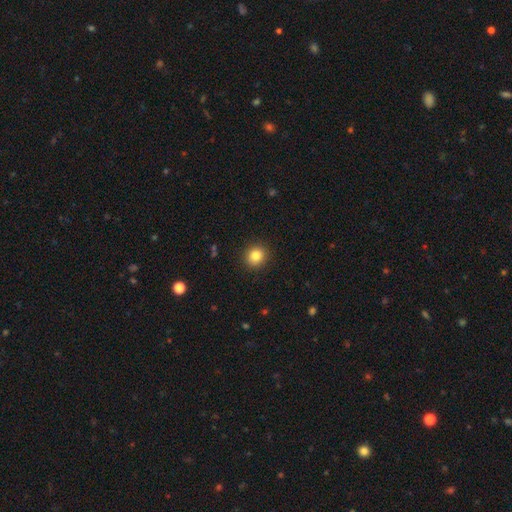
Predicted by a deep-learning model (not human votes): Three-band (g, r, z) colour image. It shows a smooth galaxy with no disk features (83%) that is round (86%). Merging: none (91%).